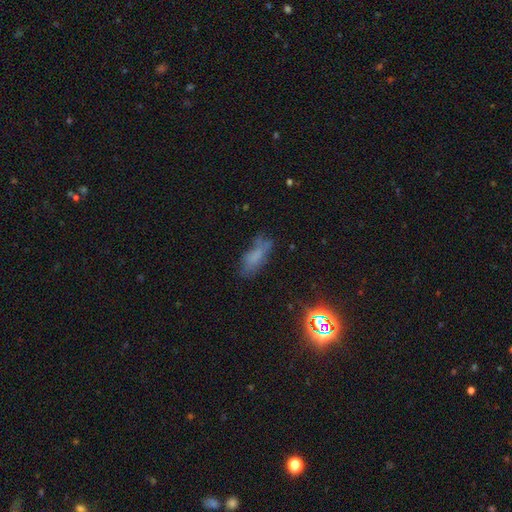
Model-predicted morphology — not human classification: The model was most divided on "merging": none: 55%, minor disturbance: 26%, major disturbance: 14%, merger: 5%. More confident: how rounded — in between (72%); smooth or featured — smooth (57%).